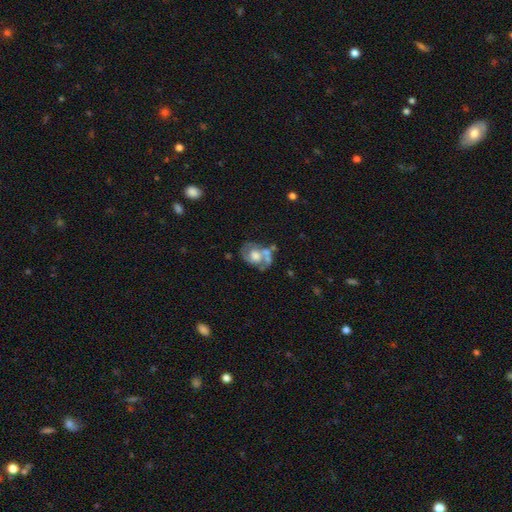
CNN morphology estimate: smooth_or_featured: featured or disk (p=0.70) [alt: smooth p=0.24]
disk_edge_on: no (p=0.97) [alt: yes p=0.03]
bar: no (p=0.74) [alt: weak p=0.21]
has_spiral_arms: yes (p=0.68) [alt: no p=0.32]
bulge_size: moderate (p=0.39) [tied with: large p=0.39]
merging: none (p=0.38) [alt: merger p=0.24]